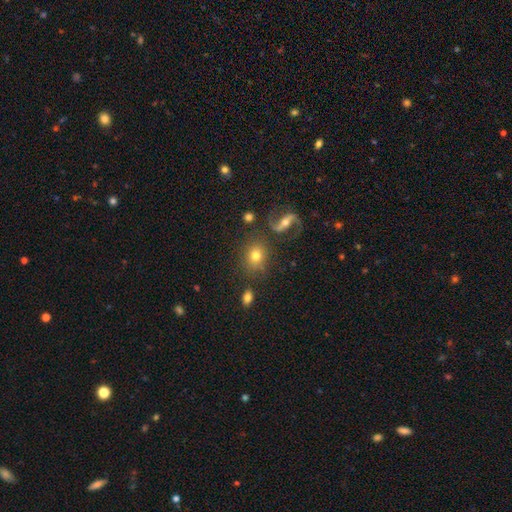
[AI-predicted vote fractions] This is likely a smooth galaxy (68%). How rounded: likely round (63%). Merging: likely none (76%).